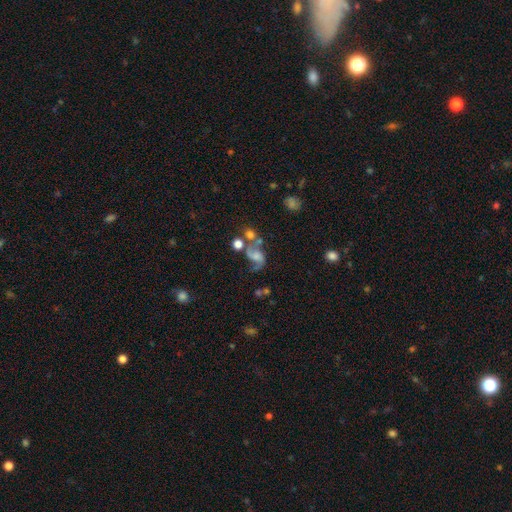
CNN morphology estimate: A featured or disk galaxy (65%) with no bar (58%), 2 (86%) loose (60%) spiral arms (89%) and no central bulge (31%).

Vote fractions:
- Smooth or featured? featured or disk: 65% / smooth: 22% / star or artifact: 13%
- Edge-on disk? no: 97% / yes: 3%
- Bar? no: 58% / weak: 33% / strong: 9%
- Spiral arms? yes: 89% / no: 11%
- Spiral winding? loose: 60% / medium: 33% / tight: 7%
- Spiral arm count? 2: 86% / 1: 7% / can't tell: 4% / 3: 1% / 4: 1% / more than 4: 1%
- Bulge size? none: 31% / moderate: 28% / small: 24% / large: 14% / dominant: 3%
- Merging? none: 38% / merger: 24% / major disturbance: 20% / minor disturbance: 18%